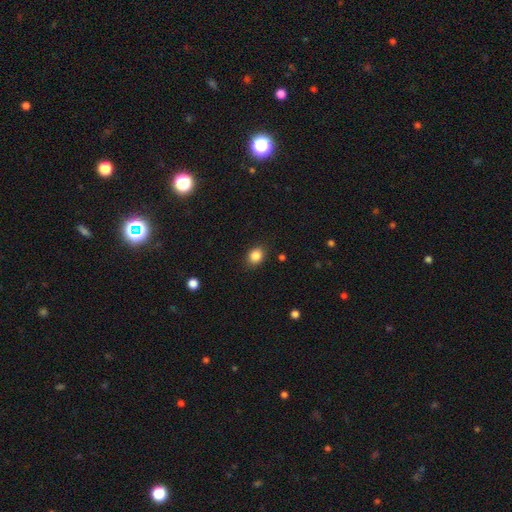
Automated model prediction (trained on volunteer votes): Smooth or featured?
  - smooth: 86% *
  - star or artifact: 10%
  - featured or disk: 4%
How rounded?
  - round: 50% *
  - in between: 49%
  - cigar-shaped: 1%
Merging?
  - none: 86% *
  - minor disturbance: 10%
  - major disturbance: 3%
  - merger: 1%